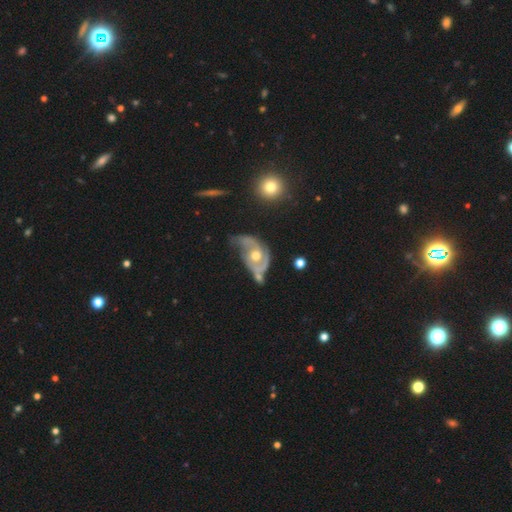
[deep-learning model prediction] Smooth or featured? Predicted: featured or disk (p=0.80). Edge-on disk? Predicted: no (p=0.96). Bar? Predicted: no (p=0.75). Spiral arms? Predicted: yes (p=0.86). Spiral winding? Predicted: medium (p=0.38). Spiral arm count? Predicted: 2 (p=0.54). Bulge size? Predicted: moderate (p=0.75). Merging? Predicted: major disturbance (p=0.33).